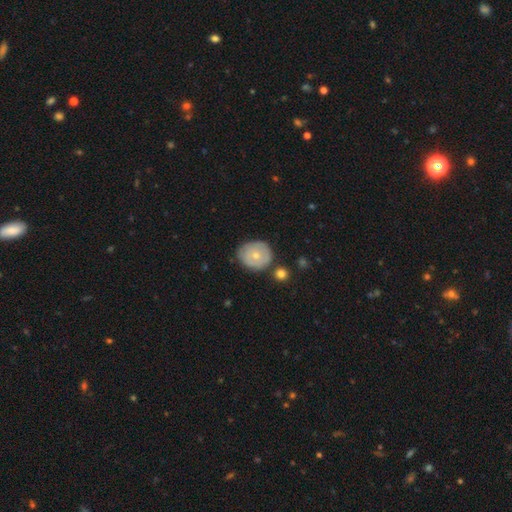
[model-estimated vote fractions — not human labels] smooth_or_featured: smooth (p=0.60) [alt: featured or disk p=0.33]
how_rounded: round (p=0.76) [alt: in between p=0.23]
merging: none (p=0.68) [alt: minor disturbance p=0.22]